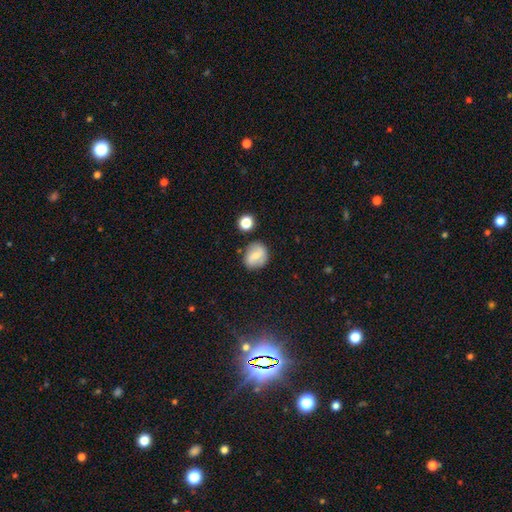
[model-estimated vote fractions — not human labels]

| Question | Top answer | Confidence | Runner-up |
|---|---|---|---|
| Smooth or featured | smooth | 58% | featured or disk (32%) |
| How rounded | round | 71% | in between (28%) |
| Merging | none | 78% | minor disturbance (14%) |